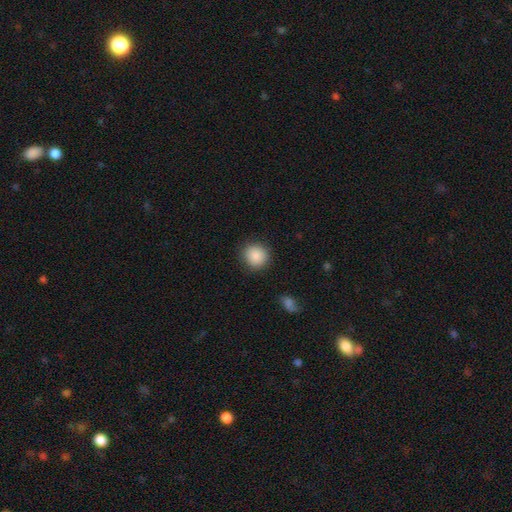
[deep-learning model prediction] Morphology: type=smooth (88%); roundness=round (87%); merging=none (88%).